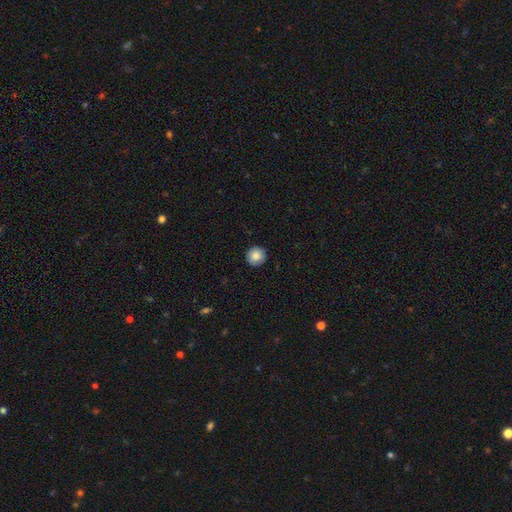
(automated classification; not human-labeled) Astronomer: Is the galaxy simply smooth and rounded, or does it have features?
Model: smooth — 87%.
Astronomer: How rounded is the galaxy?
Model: round — 95%.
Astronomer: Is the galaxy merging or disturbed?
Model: none — 92%.